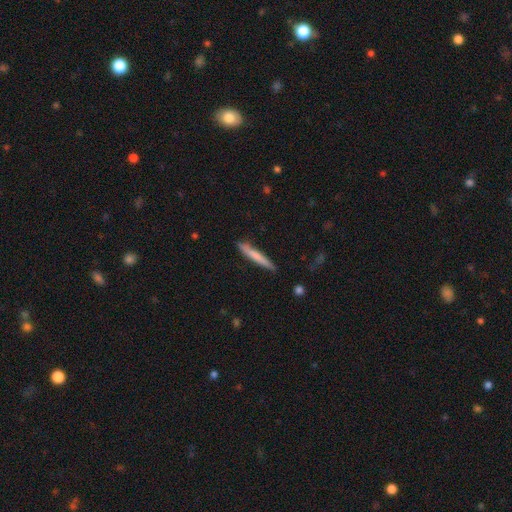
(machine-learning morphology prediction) Smooth or featured? smooth (70%)
How rounded? cigar-shaped (95%)
Merging? none (86%)